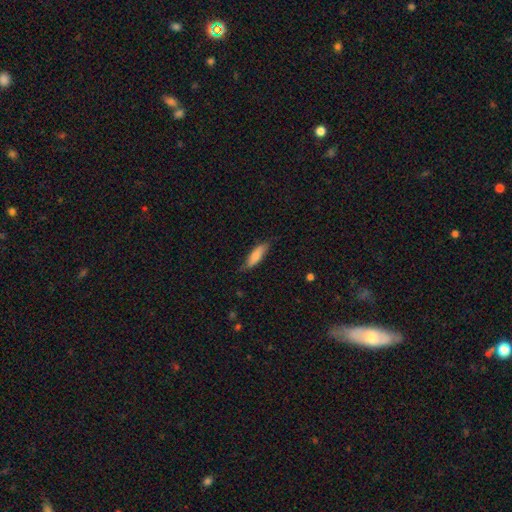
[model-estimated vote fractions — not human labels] Smooth or featured: smooth — 81% (featured or disk — 13%)
How rounded: in between — 50% (cigar-shaped — 49%)
Merging: none — 72% (minor disturbance — 23%)